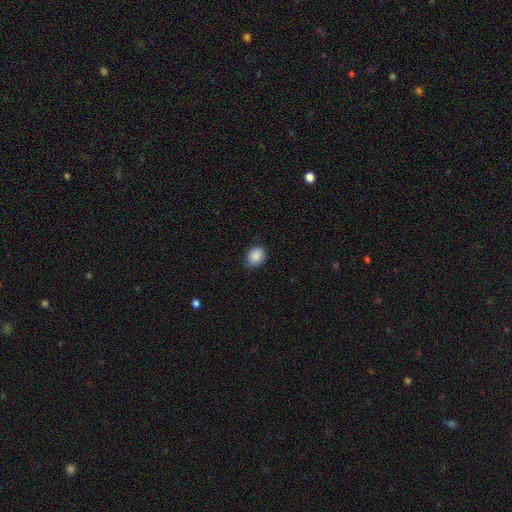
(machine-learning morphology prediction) Smooth or featured? smooth (88%)
How rounded? round (51%)
Merging? none (83%)